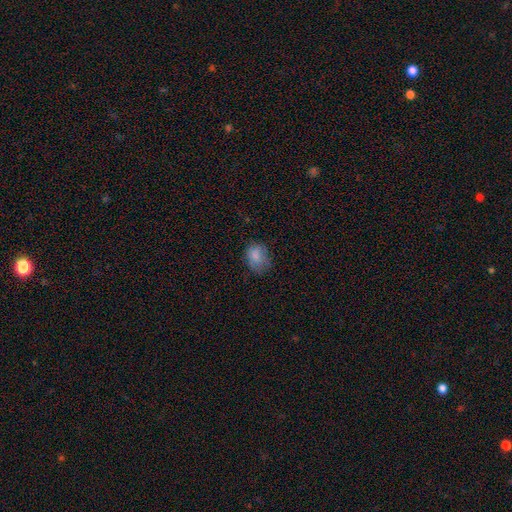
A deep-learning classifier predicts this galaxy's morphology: A smooth galaxy with no disk features (80%) that is in between round and cigar-shaped (56%). Merging: none (60%).